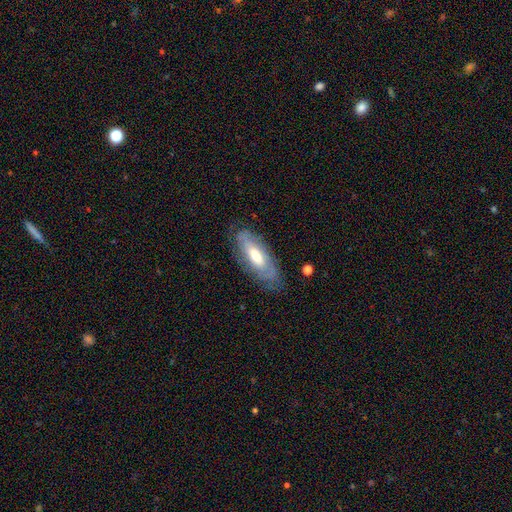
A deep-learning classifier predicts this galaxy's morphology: A featured or disk galaxy (48%). Merging: none (73%).